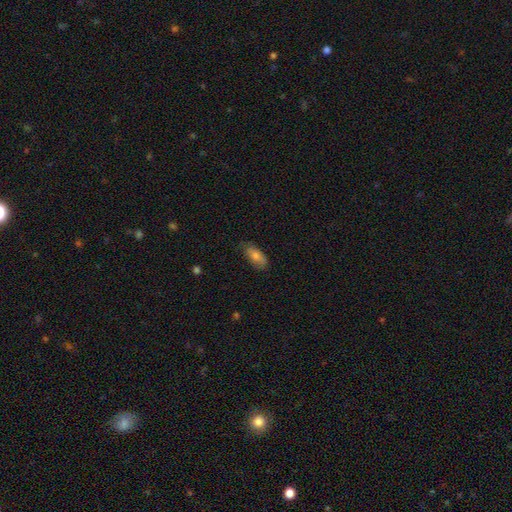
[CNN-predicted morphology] This appears to be a smooth galaxy with no disk features (76%) that is in between round and cigar-shaped (85%). Merging: none (76%).